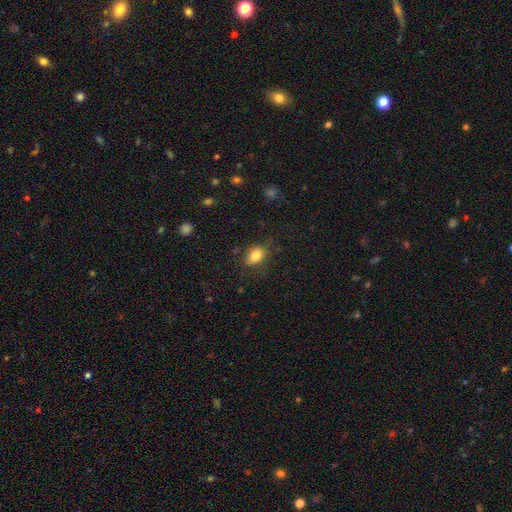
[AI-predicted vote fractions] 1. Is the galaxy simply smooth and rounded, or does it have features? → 83% smooth, 9% star or artifact, 8% featured or disk.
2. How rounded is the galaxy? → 78% in between, 20% round, 2% cigar-shaped.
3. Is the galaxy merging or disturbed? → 80% none, 15% minor disturbance, 4% major disturbance, 2% merger.